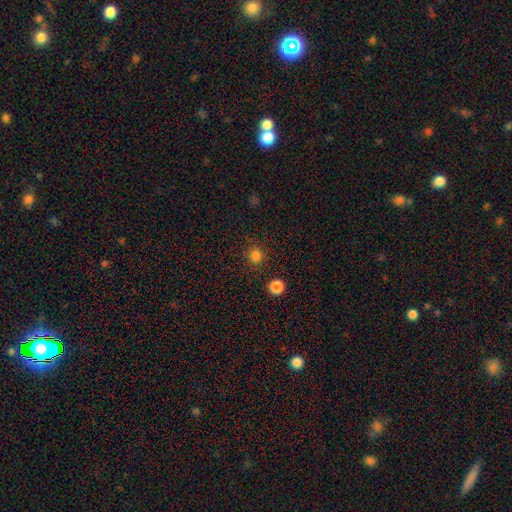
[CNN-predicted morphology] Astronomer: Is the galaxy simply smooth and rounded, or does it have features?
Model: smooth — 81%.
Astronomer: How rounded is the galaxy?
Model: round — 94%.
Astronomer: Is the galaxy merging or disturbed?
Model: none — 90%.